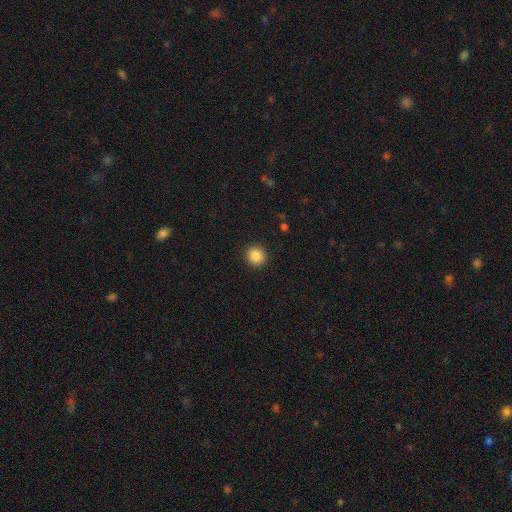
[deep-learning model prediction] This appears to be a smooth galaxy with no disk features (87%) that is round (92%). Merging: none (92%).